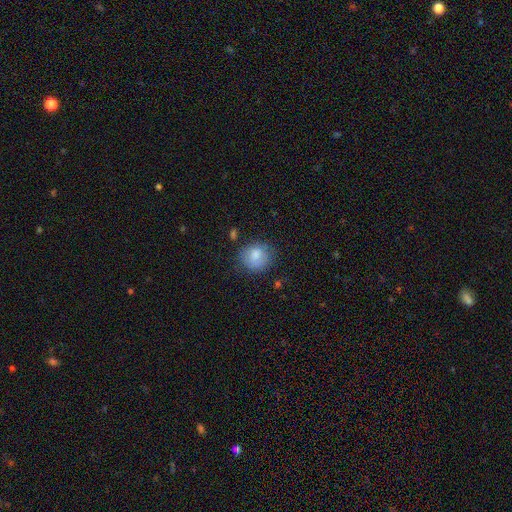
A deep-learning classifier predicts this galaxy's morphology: type=smooth (81%); roundness=round (77%); merging=none (70%).